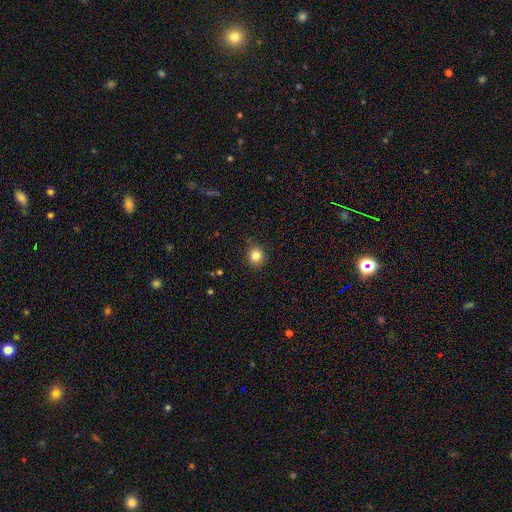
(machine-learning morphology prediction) Smooth or featured? smooth (83%)
How rounded? round (86%)
Merging? none (87%)